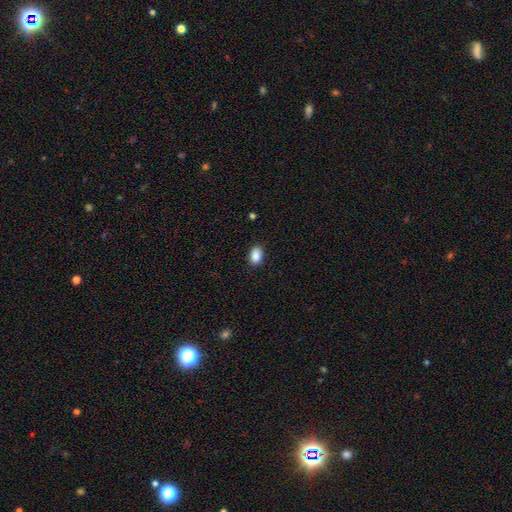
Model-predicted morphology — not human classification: Smooth or featured? smooth (88%)
How rounded? in between (87%)
Merging? none (86%)